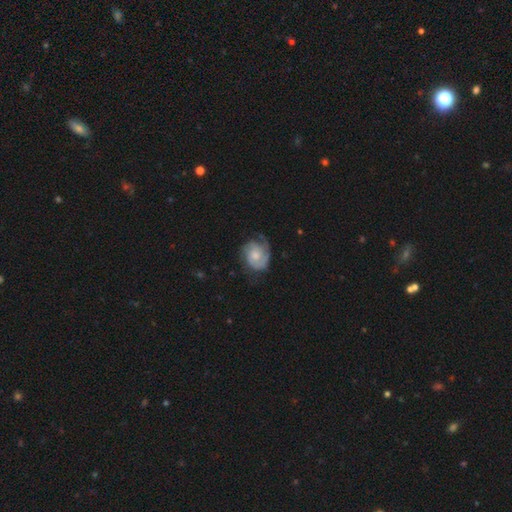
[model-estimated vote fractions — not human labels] This is likely a featured or disk galaxy (74%). It is clearly not viewed edge-on (98%). Bar: likely no (72%). Spiral arm pattern: clearly yes (94%). Spiral arm count: possibly 2 (54%). Spiral winding: possibly tight (54%). Central bulge: possibly moderate (51%). Merging: likely none (63%).